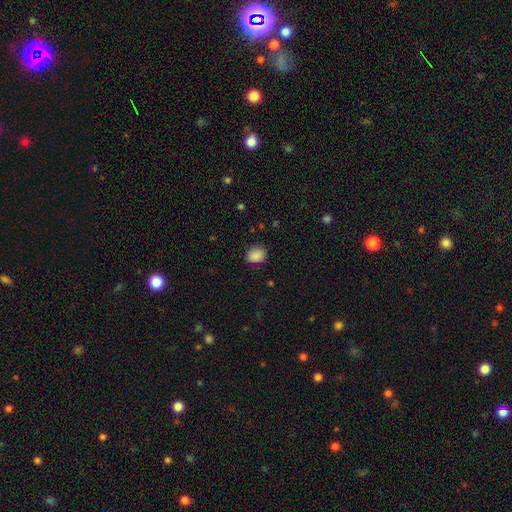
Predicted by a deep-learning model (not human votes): Smooth or featured? smooth (88%)
How rounded? in between (56%)
Merging? none (85%)